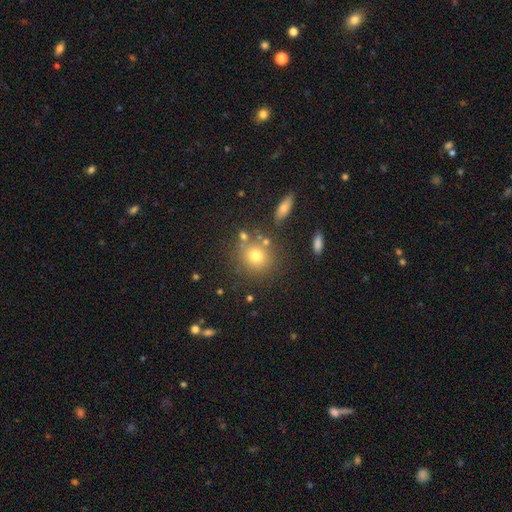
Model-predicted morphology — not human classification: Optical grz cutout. It shows a smooth galaxy with no disk features (71%) that is round (85%). Merging: none (75%).